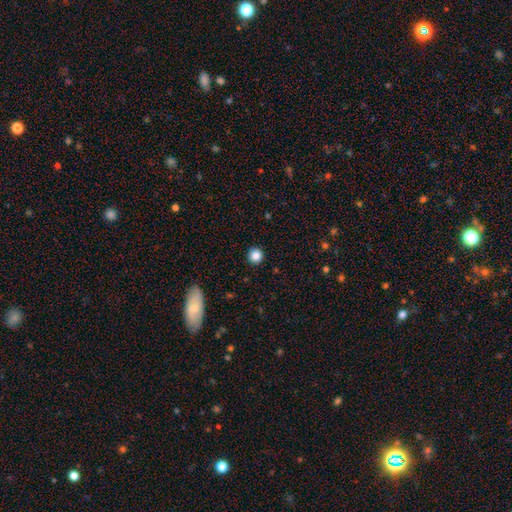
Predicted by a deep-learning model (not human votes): Overall: smooth (85%). How rounded: round (95%). Merging: none (92%).